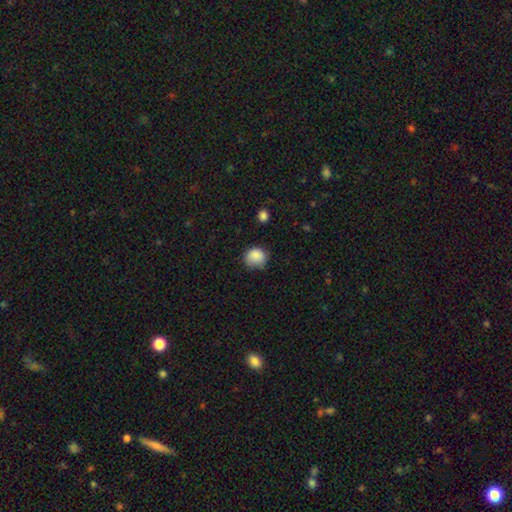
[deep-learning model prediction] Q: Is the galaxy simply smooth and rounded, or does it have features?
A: smooth — 86%.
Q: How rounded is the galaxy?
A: round — 82%.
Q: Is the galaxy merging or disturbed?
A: none — 65%.